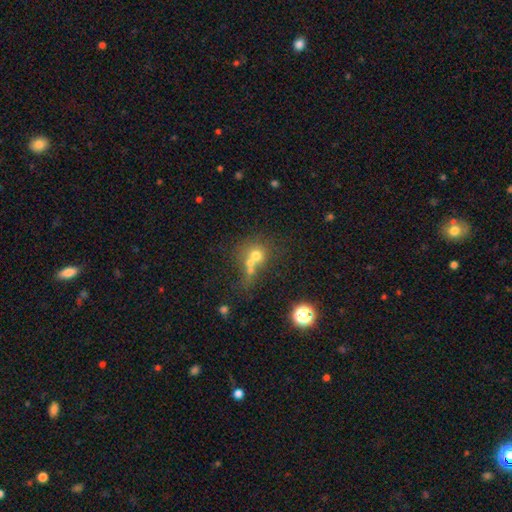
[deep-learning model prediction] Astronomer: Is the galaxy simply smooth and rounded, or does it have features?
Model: smooth — 61%.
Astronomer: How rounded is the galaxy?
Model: round — 81%.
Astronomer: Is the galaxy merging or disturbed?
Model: merger — 53% (runner-up: none, 33%).